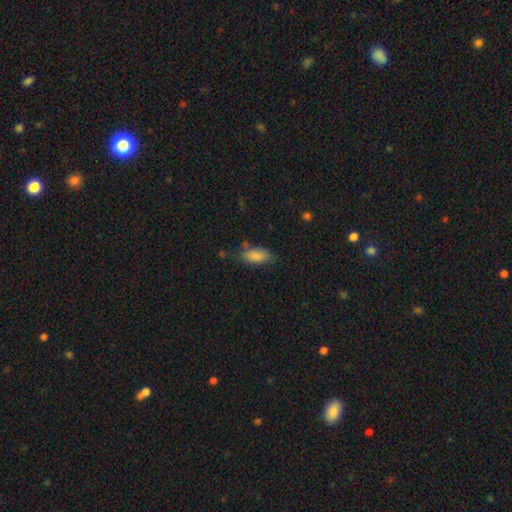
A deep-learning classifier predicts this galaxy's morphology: This is clearly a smooth galaxy (86%). How rounded: clearly in between (87%). Merging: likely none (68%).